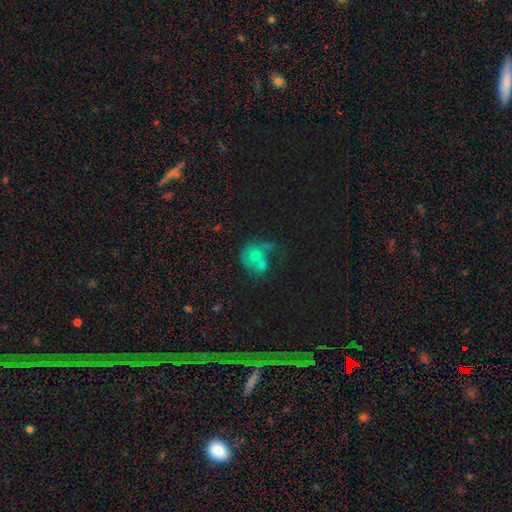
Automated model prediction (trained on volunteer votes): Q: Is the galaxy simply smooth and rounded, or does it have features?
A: smooth — 45%.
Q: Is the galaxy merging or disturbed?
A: merger — 37%.